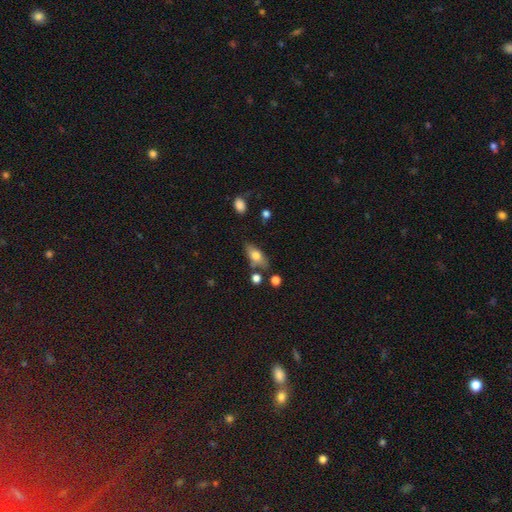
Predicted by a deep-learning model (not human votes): smooth-or-featured: smooth: 71% | featured or disk: 22% | star or artifact: 8%
  how-rounded: in between: 80% | cigar-shaped: 15% | round: 5%
  merging: none: 70% | minor disturbance: 17% | merger: 8% | major disturbance: 4%